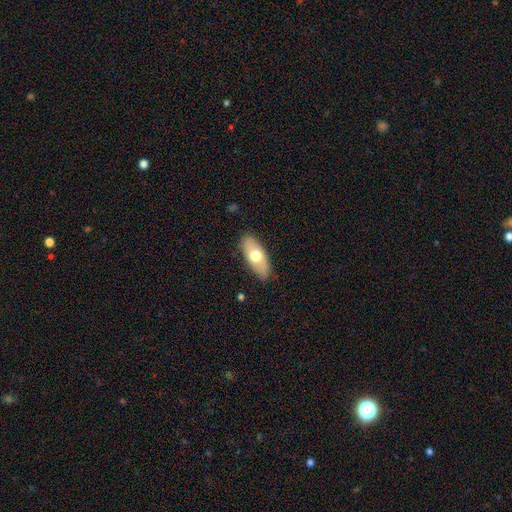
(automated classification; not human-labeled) Smooth or featured: smooth — 63% (featured or disk — 32%)
How rounded: in between — 84% (cigar-shaped — 13%)
Merging: none — 84% (minor disturbance — 12%)